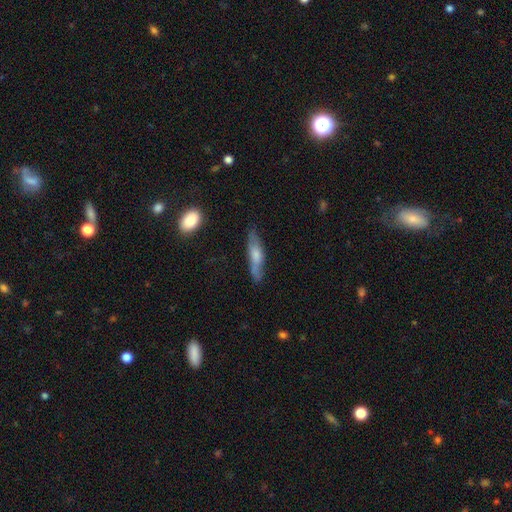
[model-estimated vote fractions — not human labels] Morphology: type=smooth (55%); roundness=cigar-shaped (76%); merging=none (75%).